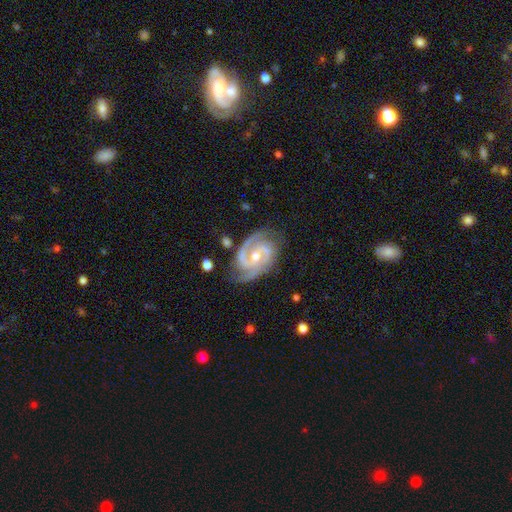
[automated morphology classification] Q: Smooth or featured?
A: featured or disk (92%); runner-up: star or artifact (5%)
Q: Edge-on disk?
A: no (98%); runner-up: yes (2%)
Q: Bar?
A: no (47%); runner-up: weak (37%)
Q: Spiral arms?
A: yes (99%); runner-up: no (1%)
Q: Spiral winding?
A: tight (51%); runner-up: medium (43%)
Q: Spiral arm count?
A: 2 (79%); runner-up: 3 (12%)
Q: Bulge size?
A: small (51%); runner-up: moderate (46%)
Q: Merging?
A: none (76%); runner-up: minor disturbance (17%)